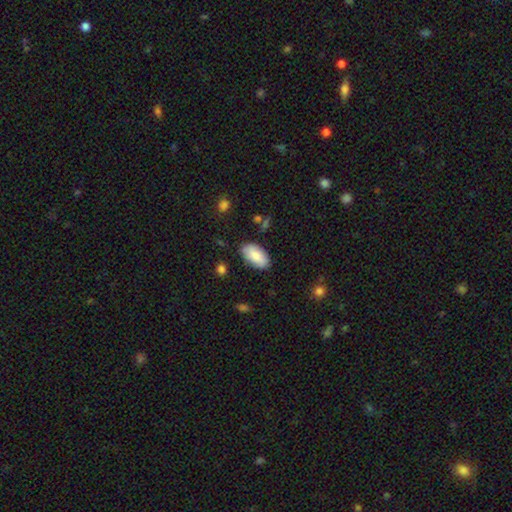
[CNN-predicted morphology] A smooth galaxy with no disk features (83%) that is in between round and cigar-shaped (94%). Merging: none (83%).